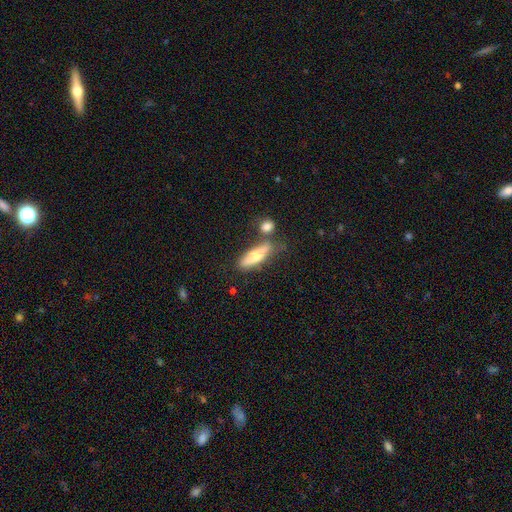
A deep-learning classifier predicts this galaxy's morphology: This is possibly a smooth galaxy (55%). How rounded: possibly cigar-shaped (58%). Merging: likely none (62%).